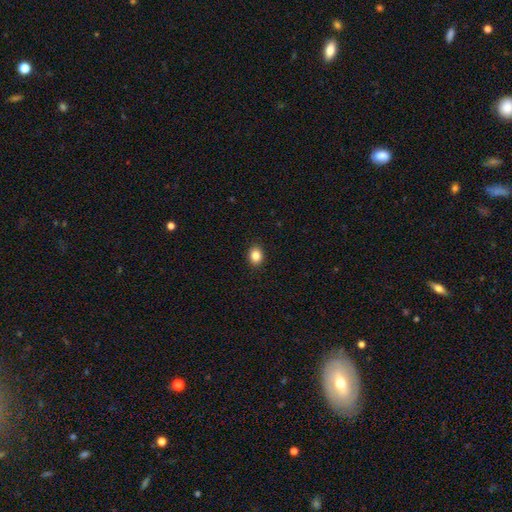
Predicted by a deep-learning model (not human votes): Morphology: type=smooth (86%); roundness=in between (52%); merging=none (91%).